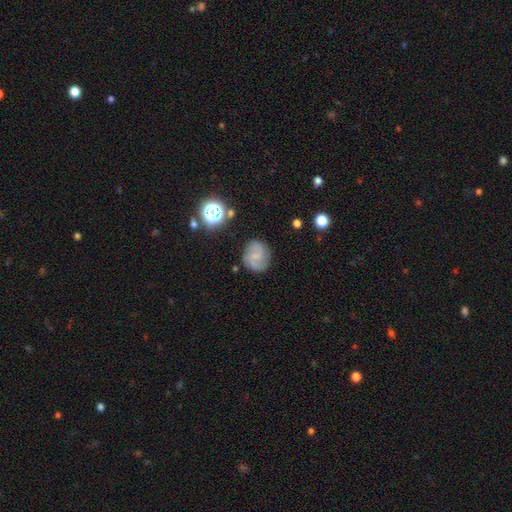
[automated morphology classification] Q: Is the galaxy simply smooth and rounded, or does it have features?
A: featured or disk — 61%.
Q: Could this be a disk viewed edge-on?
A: no — 98%.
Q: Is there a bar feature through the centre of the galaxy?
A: no — 50%.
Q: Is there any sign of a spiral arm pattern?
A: yes — 92%.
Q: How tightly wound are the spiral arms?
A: medium — 47%.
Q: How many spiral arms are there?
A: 2 — 63%.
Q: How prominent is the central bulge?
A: small — 48%.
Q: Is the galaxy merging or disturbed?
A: none — 76%.